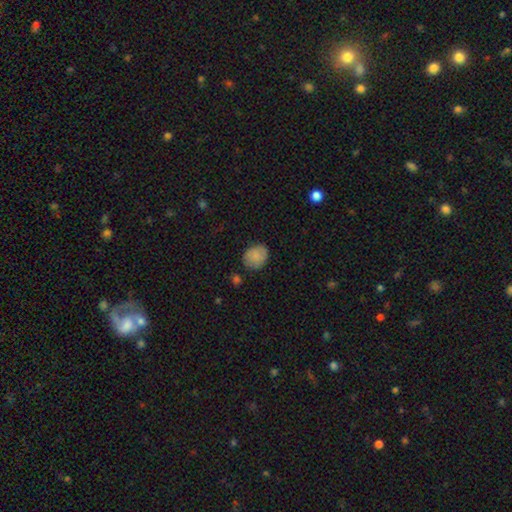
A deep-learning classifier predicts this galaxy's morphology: Smooth or featured: smooth — 85% (star or artifact — 8%)
How rounded: round — 55% (in between — 44%)
Merging: none — 77% (minor disturbance — 17%)